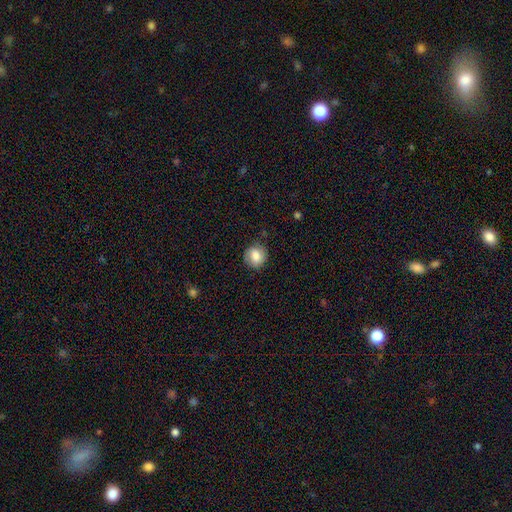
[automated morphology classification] type=smooth (77%); roundness=round (82%); merging=none (79%).